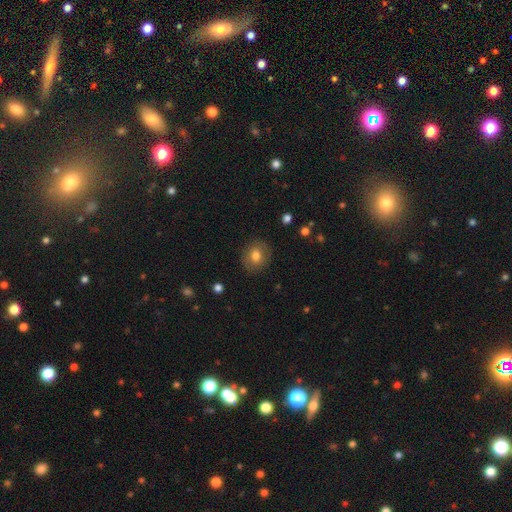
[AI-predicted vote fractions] Smooth or featured?
  - smooth: 71% *
  - featured or disk: 19%
  - star or artifact: 9%
How rounded?
  - round: 69% *
  - in between: 30%
  - cigar-shaped: 1%
Merging?
  - none: 85% *
  - minor disturbance: 10%
  - major disturbance: 4%
  - merger: 1%